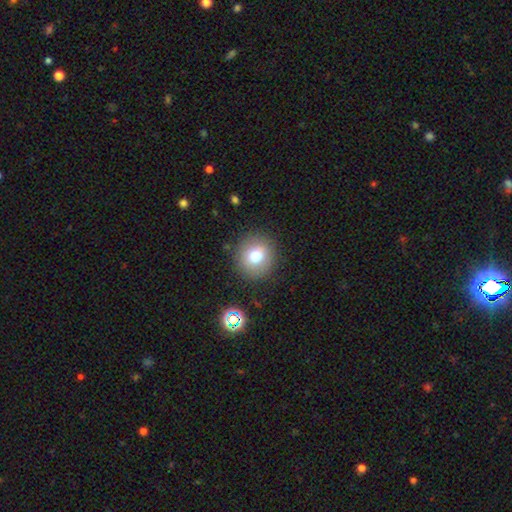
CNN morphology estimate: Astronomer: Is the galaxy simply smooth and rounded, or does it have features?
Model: smooth — 74%.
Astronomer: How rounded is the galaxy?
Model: round — 88%.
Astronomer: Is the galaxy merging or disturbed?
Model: none — 88%.